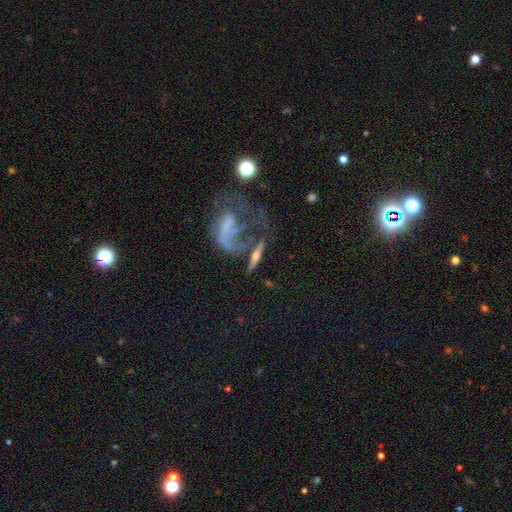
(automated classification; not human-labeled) smooth-or-featured: featured or disk: 54% | smooth: 37% | star or artifact: 9%
  disk-edge-on: yes: 74% | no: 26%
  merging: none: 50% | merger: 19% | minor disturbance: 16% | major disturbance: 15%